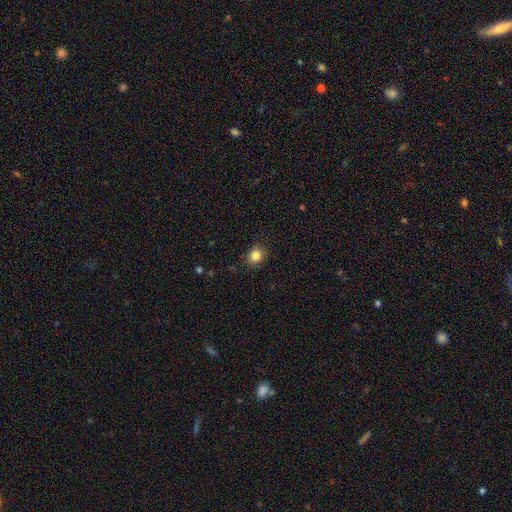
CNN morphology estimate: type=smooth (83%); roundness=round (68%); merging=none (88%).